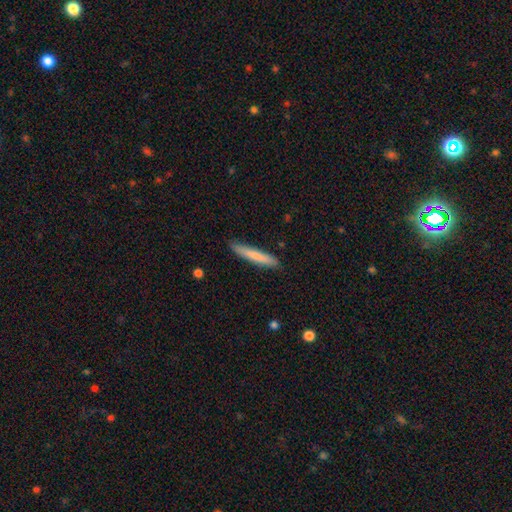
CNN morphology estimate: The model was most divided on "smooth or featured": smooth: 78%, featured or disk: 17%, star or artifact: 5%. More confident: how rounded — cigar-shaped (94%); merging — none (86%).